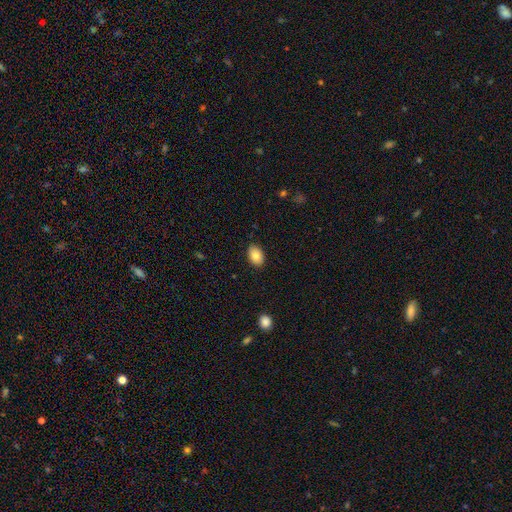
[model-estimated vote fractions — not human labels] smooth 85%, featured or disk 8%, star or artifact 7%. Down the decision tree: how rounded — in between (86%); merging — none (88%).